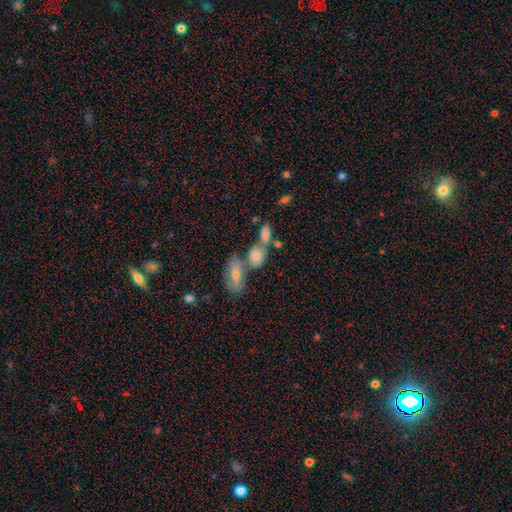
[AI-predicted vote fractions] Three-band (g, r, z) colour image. It shows a smooth galaxy with no disk features (63%) that is in between round and cigar-shaped (67%). Merging: merger (44%).